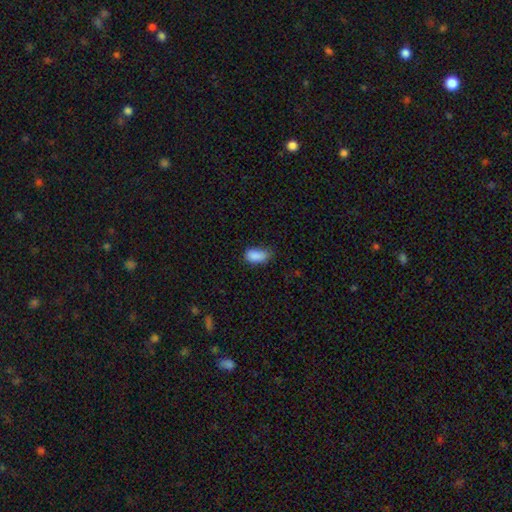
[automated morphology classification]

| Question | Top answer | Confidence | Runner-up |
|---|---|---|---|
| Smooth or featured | smooth | 88% | star or artifact (8%) |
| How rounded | in between | 92% | round (4%) |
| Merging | none | 58% | minor disturbance (34%) |